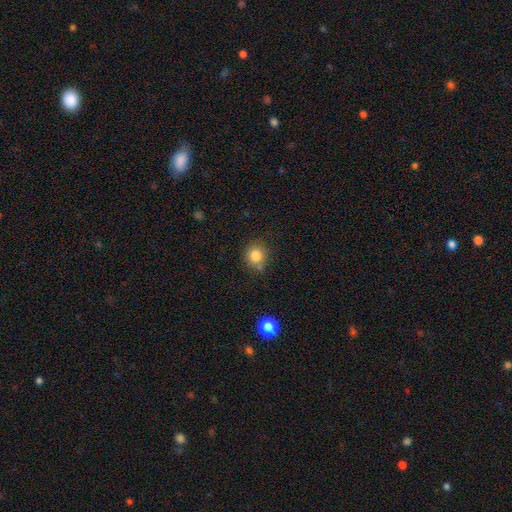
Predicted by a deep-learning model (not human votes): Smooth or featured?
  - smooth: 83% *
  - star or artifact: 11%
  - featured or disk: 6%
How rounded?
  - round: 87% *
  - in between: 12%
  - cigar-shaped: 1%
Merging?
  - none: 75% *
  - minor disturbance: 15%
  - merger: 6%
  - major disturbance: 4%